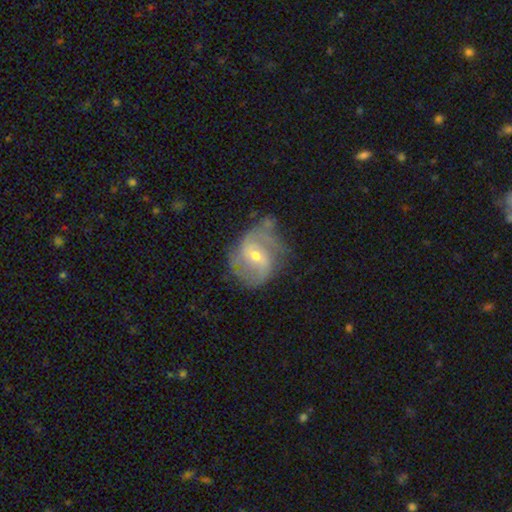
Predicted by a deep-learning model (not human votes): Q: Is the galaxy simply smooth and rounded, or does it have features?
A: featured or disk — 78%.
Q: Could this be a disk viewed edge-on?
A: no — 97%.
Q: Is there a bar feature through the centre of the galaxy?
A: weak — 53%.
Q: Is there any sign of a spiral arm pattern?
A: yes — 90%.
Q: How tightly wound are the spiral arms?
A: medium — 45%.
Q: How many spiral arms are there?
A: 2 — 63%.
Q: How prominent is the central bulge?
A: small — 53%.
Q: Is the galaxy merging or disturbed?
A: none — 52%.